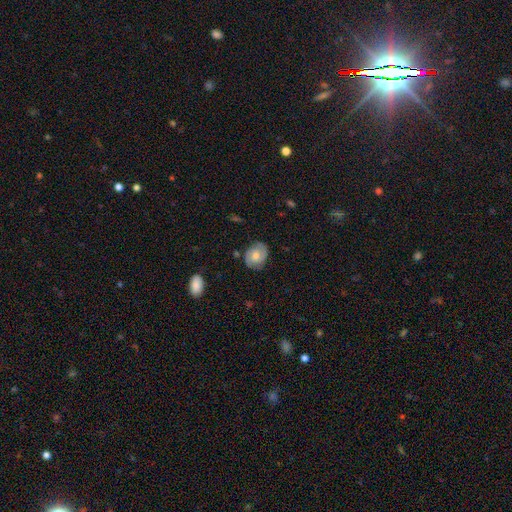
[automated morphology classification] Overall: featured or disk (57%; smooth 36%). Edge-on disk: no (97%). Bar: no (74%). Spiral arms: yes (85%). Bulge size: moderate (66%; small 27%). Merging: none (78%).